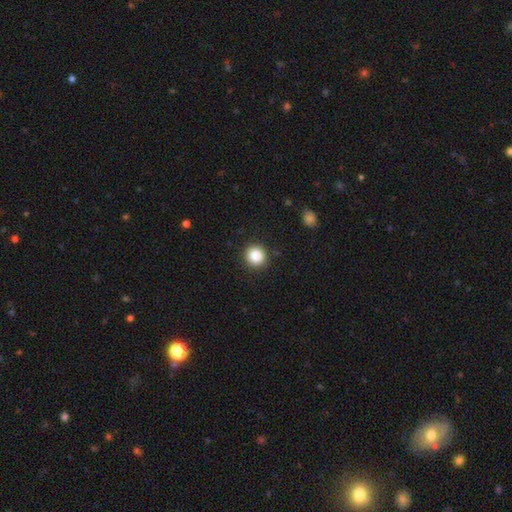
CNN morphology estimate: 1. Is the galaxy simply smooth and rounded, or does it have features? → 86% smooth, 10% star or artifact, 4% featured or disk.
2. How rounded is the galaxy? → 93% round, 6% in between, 1% cigar-shaped.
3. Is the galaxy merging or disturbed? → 90% none, 7% minor disturbance, 2% major disturbance, 1% merger.